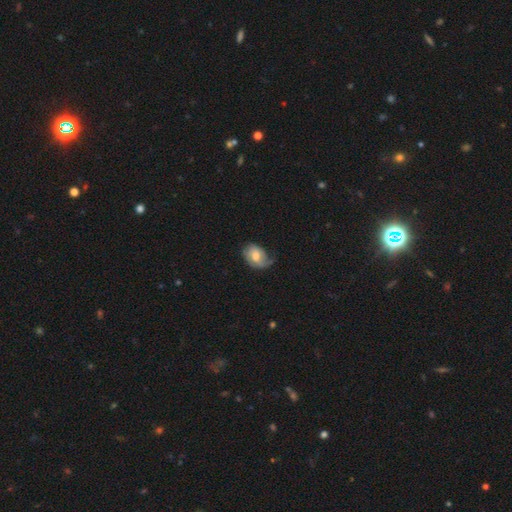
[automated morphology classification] A smooth galaxy with no disk features (49%). Merging: none (43%).